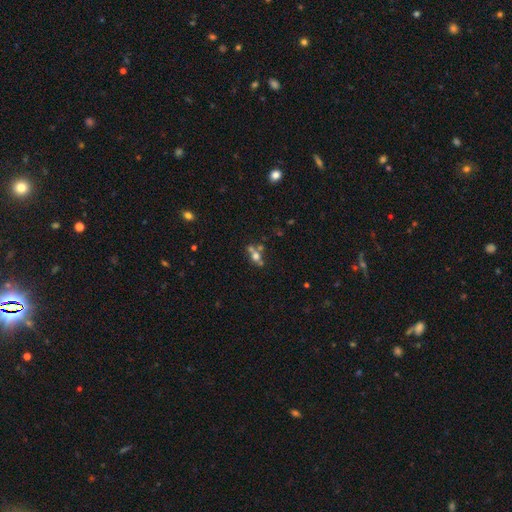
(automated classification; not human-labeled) Morphology: type=smooth (54%); roundness=round (55%); merging=merger (45%).